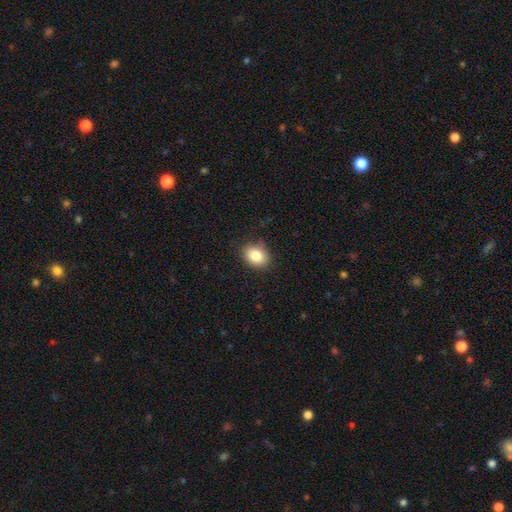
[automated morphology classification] The model was most divided on "how rounded": in between: 62%, round: 37%, cigar-shaped: 1%. More confident: smooth or featured — smooth (85%); merging — none (82%).